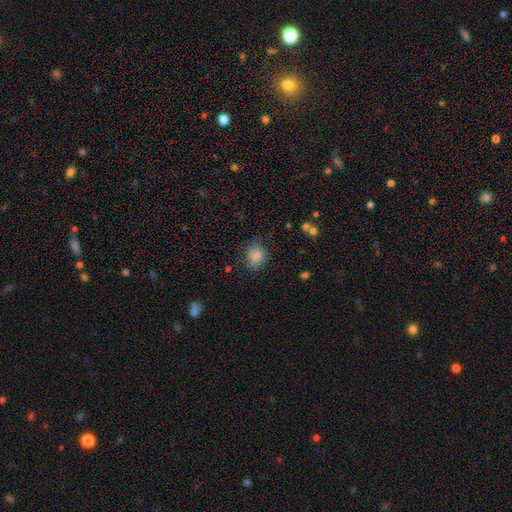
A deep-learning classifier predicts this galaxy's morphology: A smooth galaxy with no disk features (85%) that is round (75%).

Vote fractions:
- Smooth or featured? smooth: 85% / star or artifact: 10% / featured or disk: 6%
- How rounded? round: 75% / in between: 24% / cigar-shaped: 1%
- Merging? none: 75% / minor disturbance: 19% / major disturbance: 5% / merger: 2%